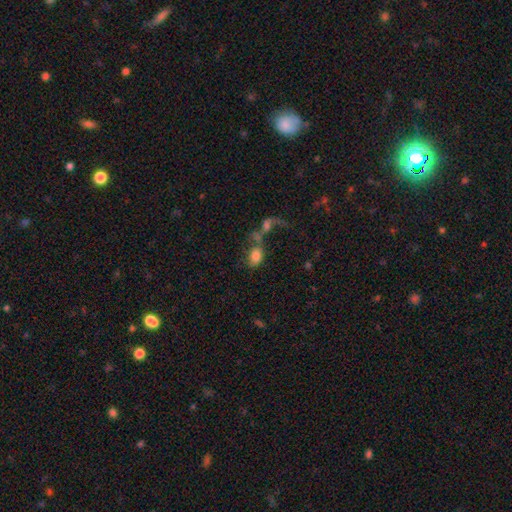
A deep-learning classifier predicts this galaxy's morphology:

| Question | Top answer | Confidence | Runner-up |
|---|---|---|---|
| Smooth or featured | smooth | 75% | featured or disk (15%) |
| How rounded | in between | 81% | round (16%) |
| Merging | merger | 51% | none (24%) |